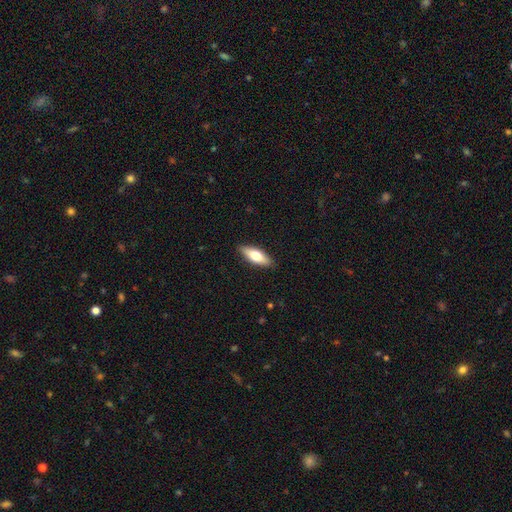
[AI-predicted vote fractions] Smooth or featured? smooth (64%)
How rounded? in between (62%)
Merging? none (89%)